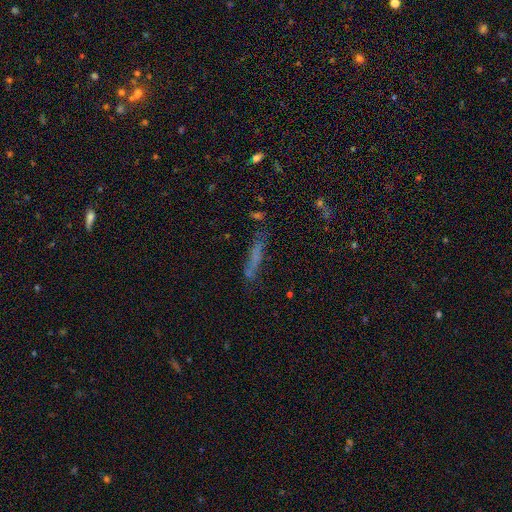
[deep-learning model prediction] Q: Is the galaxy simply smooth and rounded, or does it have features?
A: smooth — 57%.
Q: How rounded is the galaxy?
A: cigar-shaped — 87%.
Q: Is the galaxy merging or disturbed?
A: none — 65%.